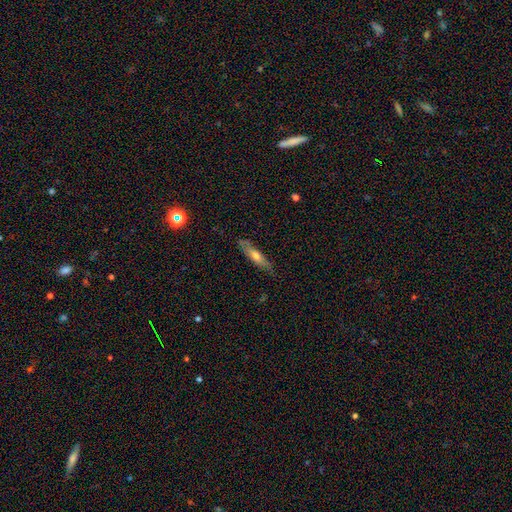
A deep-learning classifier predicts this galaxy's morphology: This appears to be a smooth galaxy with no disk features (49%). Merging: none (78%).